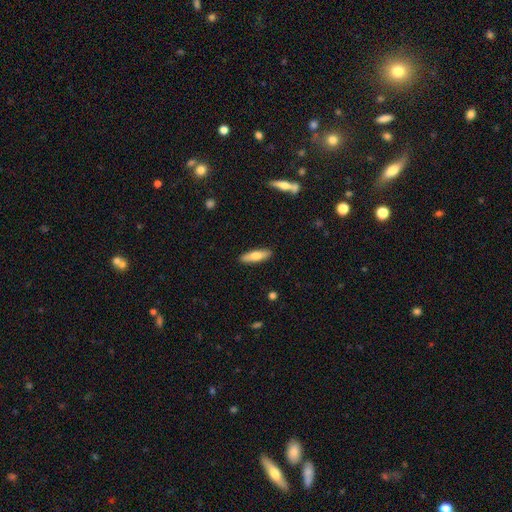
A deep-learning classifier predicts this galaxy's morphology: This is likely a smooth galaxy (67%). How rounded: possibly cigar-shaped (60%). Merging: clearly none (90%).